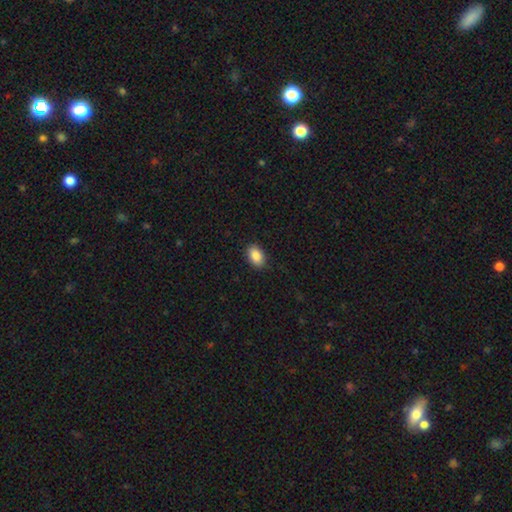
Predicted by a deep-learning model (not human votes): Q: Smooth or featured?
A: smooth (88%); runner-up: star or artifact (8%)
Q: How rounded?
A: in between (88%); runner-up: round (11%)
Q: Merging?
A: none (88%); runner-up: minor disturbance (9%)